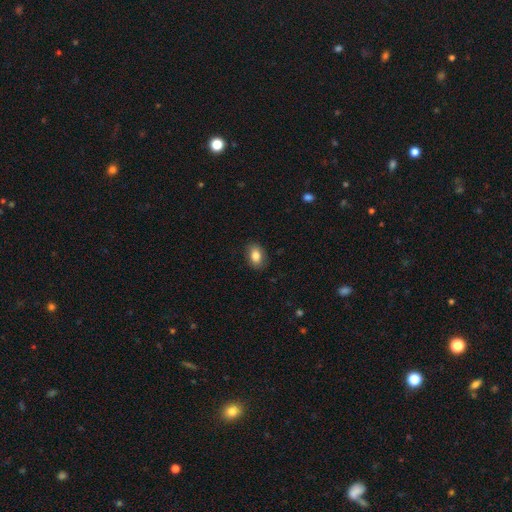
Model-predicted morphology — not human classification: Smooth or featured: smooth — 84% (star or artifact — 8%)
How rounded: in between — 79% (round — 20%)
Merging: none — 85% (minor disturbance — 12%)